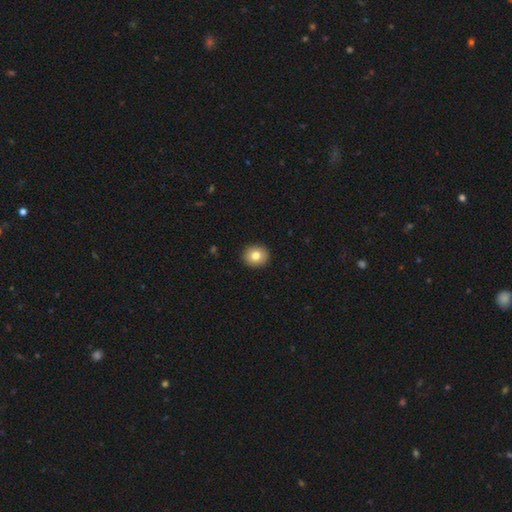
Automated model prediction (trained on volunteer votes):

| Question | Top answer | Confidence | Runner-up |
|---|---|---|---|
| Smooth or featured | smooth | 79% | featured or disk (12%) |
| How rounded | round | 84% | in between (15%) |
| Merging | none | 92% | minor disturbance (5%) |